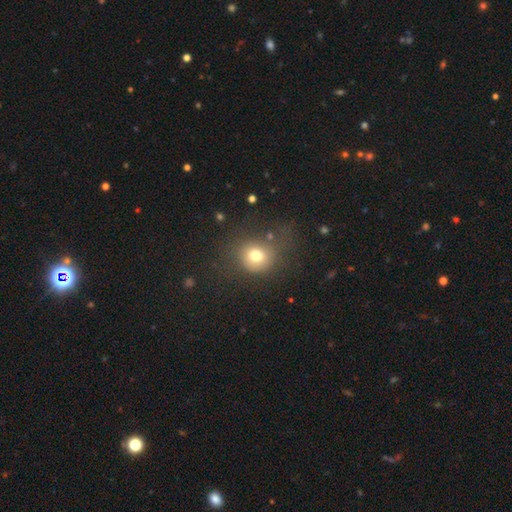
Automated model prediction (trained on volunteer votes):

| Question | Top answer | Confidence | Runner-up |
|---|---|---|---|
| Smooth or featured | smooth | 74% | star or artifact (14%) |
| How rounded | round | 79% | in between (20%) |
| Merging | none | 61% | minor disturbance (18%) |